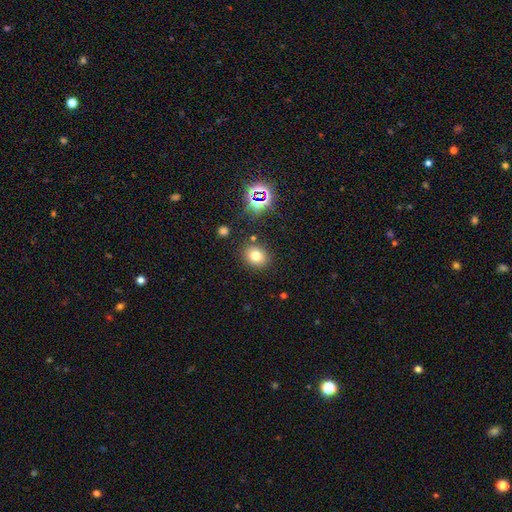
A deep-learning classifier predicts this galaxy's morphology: This appears to be a smooth galaxy with no disk features (74%) that is round (62%). Merging: none (84%).